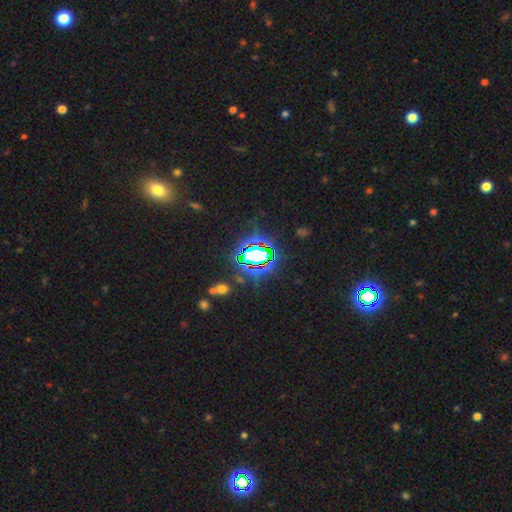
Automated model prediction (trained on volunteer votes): Smooth or featured? Predicted: star or artifact (p=0.73).